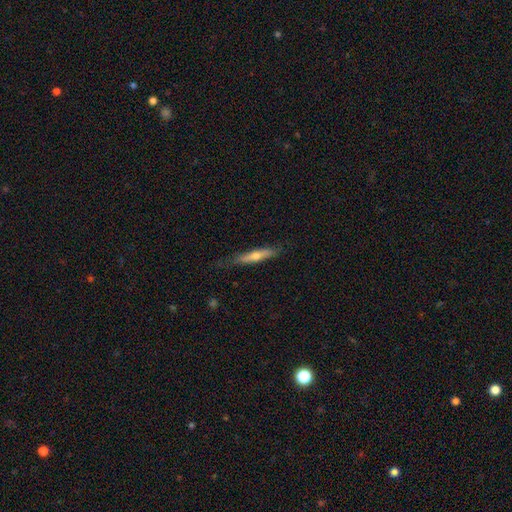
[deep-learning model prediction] This is possibly a featured or disk galaxy (50%). Merging: likely none (79%).